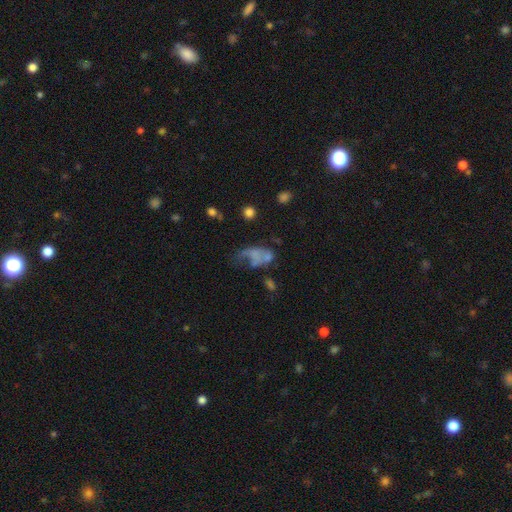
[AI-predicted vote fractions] Smooth or featured? smooth (44%)
Merging? major disturbance (45%)